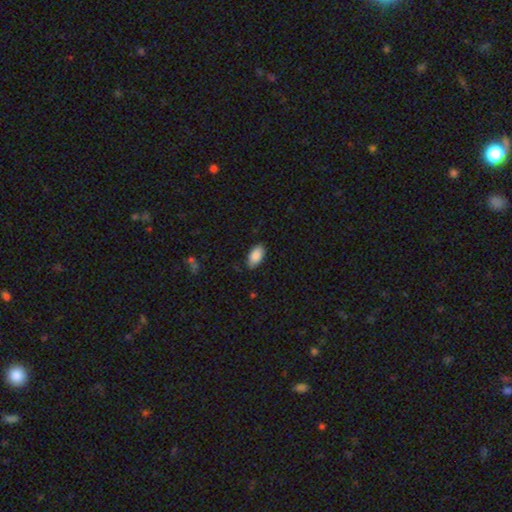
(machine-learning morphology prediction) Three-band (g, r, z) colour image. It shows a smooth galaxy with no disk features (89%) that is in between round and cigar-shaped (94%). Merging: none (84%).